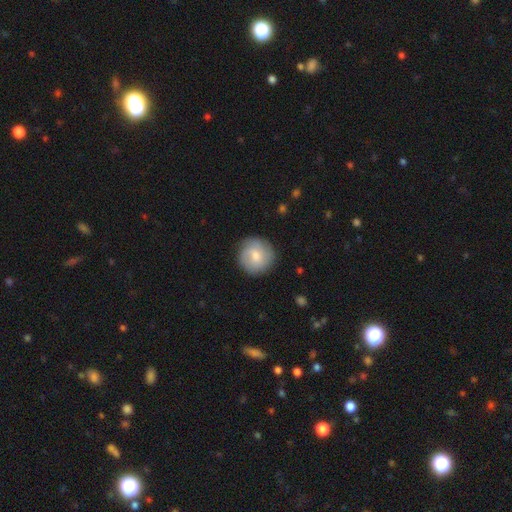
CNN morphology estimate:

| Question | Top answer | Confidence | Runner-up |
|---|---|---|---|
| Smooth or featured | smooth | 64% | featured or disk (30%) |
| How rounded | round | 94% | in between (5%) |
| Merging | none | 85% | minor disturbance (11%) |